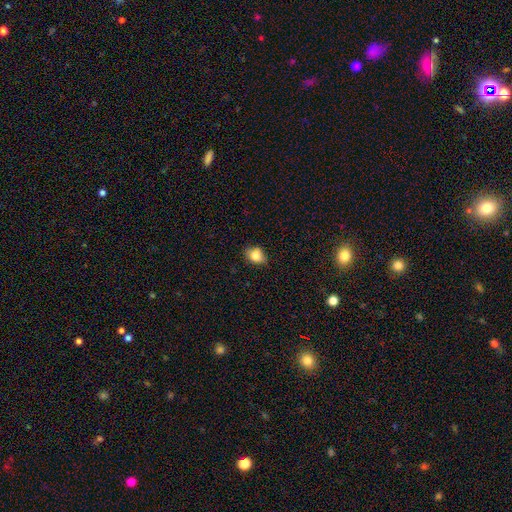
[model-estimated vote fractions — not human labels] Q: Smooth or featured?
A: smooth (81%); runner-up: star or artifact (10%)
Q: How rounded?
A: in between (61%); runner-up: round (38%)
Q: Merging?
A: none (72%); runner-up: minor disturbance (22%)